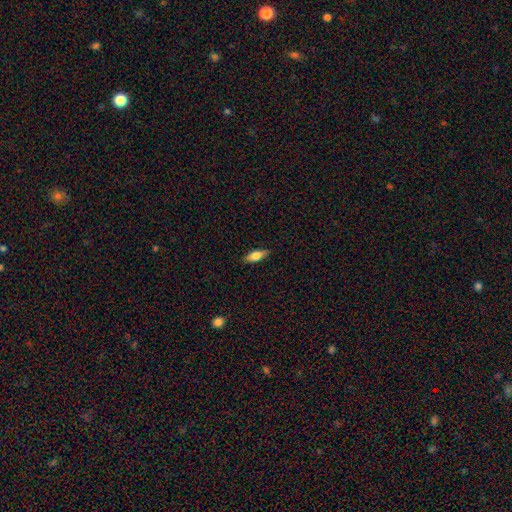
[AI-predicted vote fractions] Smooth or featured? Predicted: smooth (p=0.68). How rounded? Predicted: in between (p=0.63). Merging? Predicted: none (p=0.86).